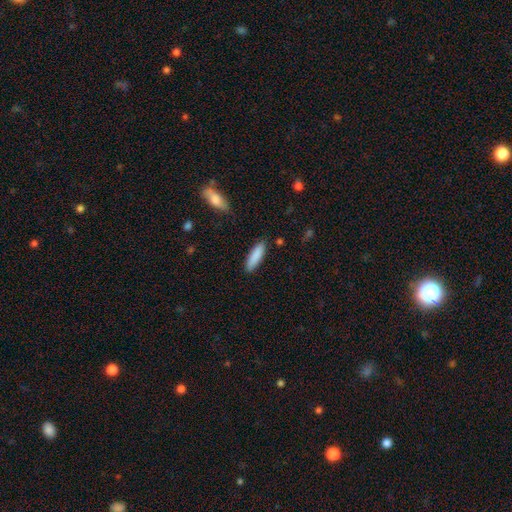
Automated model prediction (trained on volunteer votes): Smooth or featured? Predicted: smooth (p=0.87). How rounded? Predicted: cigar-shaped (p=0.62). Merging? Predicted: none (p=0.87).